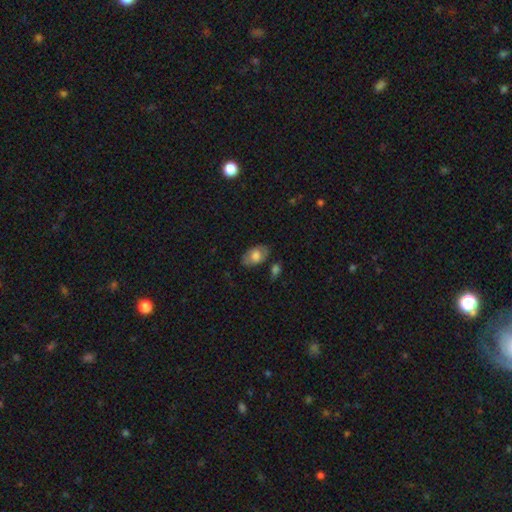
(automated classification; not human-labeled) A smooth galaxy with no disk features (68%) that is in between round and cigar-shaped (92%). Merging: none (72%).